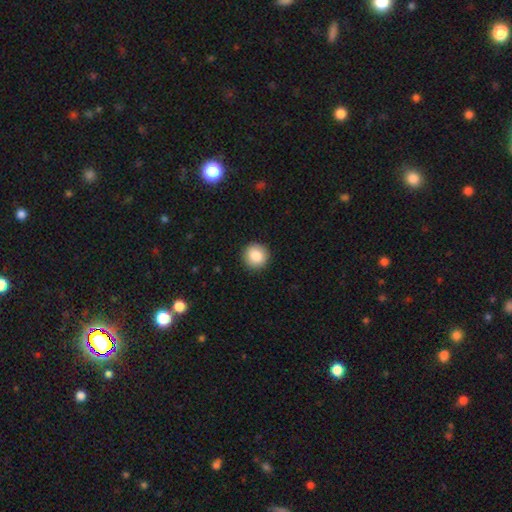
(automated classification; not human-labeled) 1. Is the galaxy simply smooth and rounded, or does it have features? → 86% smooth, 8% star or artifact, 6% featured or disk.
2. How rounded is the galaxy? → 94% round, 5% in between, 1% cigar-shaped.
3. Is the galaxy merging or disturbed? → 92% none, 5% minor disturbance, 2% major disturbance, 1% merger.